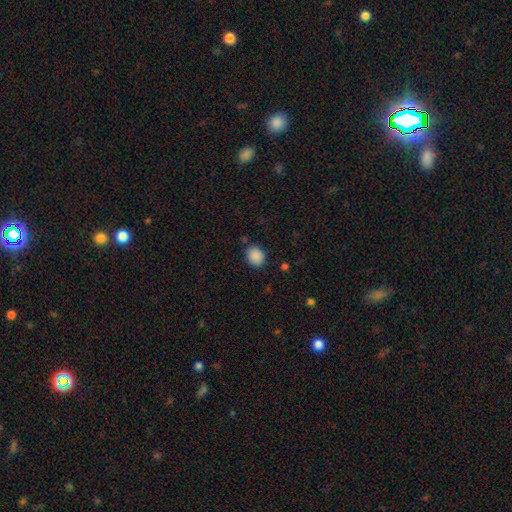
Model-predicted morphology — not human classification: Smooth or featured: smooth — 88% (star or artifact — 9%)
How rounded: round — 63% (in between — 37%)
Merging: none — 83% (minor disturbance — 12%)